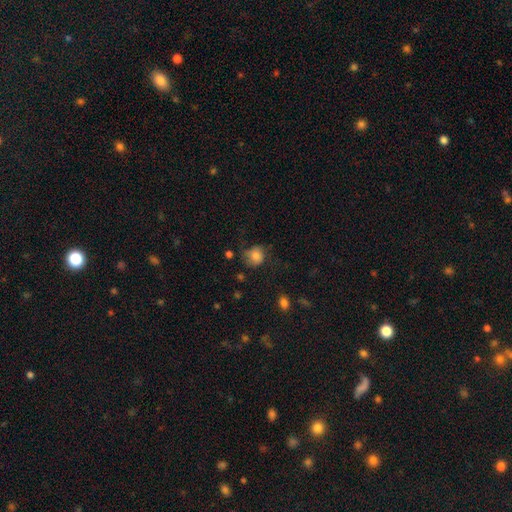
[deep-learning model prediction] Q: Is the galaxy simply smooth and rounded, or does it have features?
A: smooth — 77%.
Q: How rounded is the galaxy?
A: round — 74%.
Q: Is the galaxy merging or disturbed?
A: none — 55%.